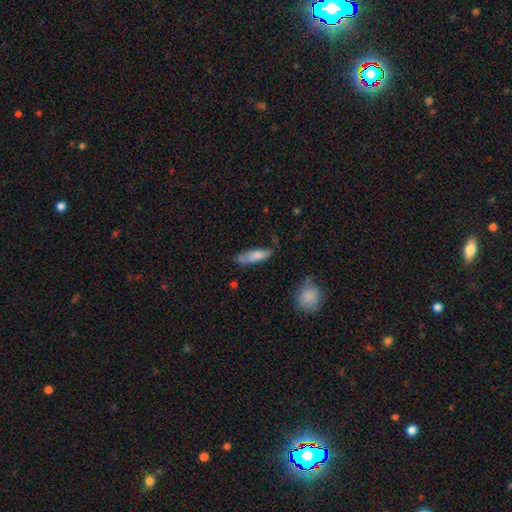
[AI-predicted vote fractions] Morphology: type=smooth (76%); roundness=cigar-shaped (53%); merging=none (55%).